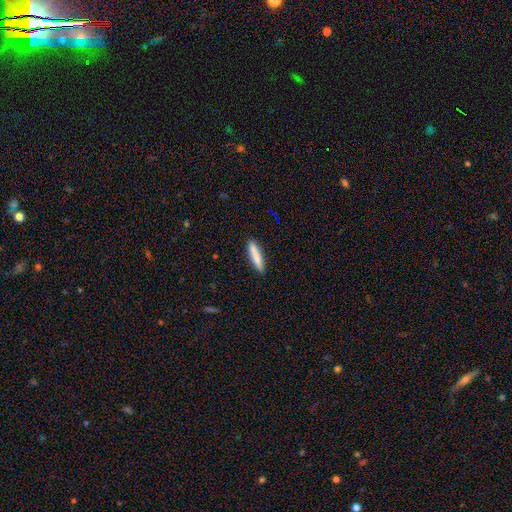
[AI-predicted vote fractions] Smooth or featured? Predicted: smooth (p=0.81). How rounded? Predicted: cigar-shaped (p=0.86). Merging? Predicted: none (p=0.88).